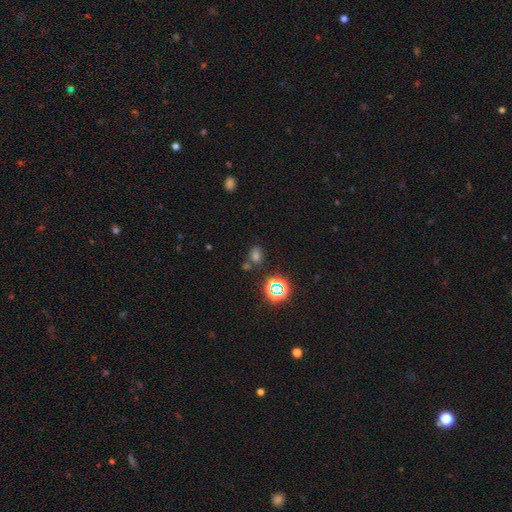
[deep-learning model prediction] smooth-or-featured: smooth: 51% | star or artifact: 42% | featured or disk: 7%
  how-rounded: round: 56% | in between: 43% | cigar-shaped: 2%
  merging: none: 74% | merger: 11% | minor disturbance: 11% | major disturbance: 4%